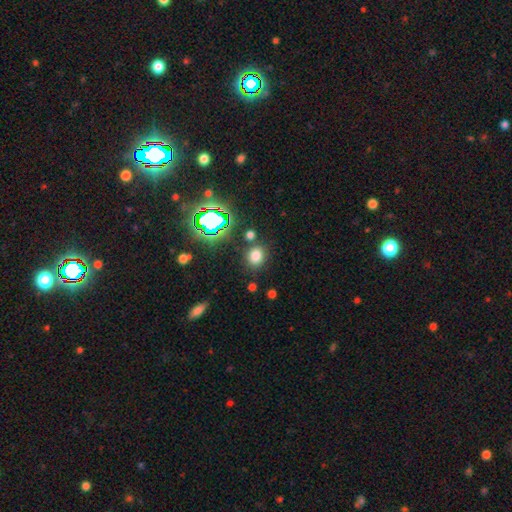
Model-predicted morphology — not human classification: Q: Smooth or featured?
A: smooth (73%); runner-up: star or artifact (20%)
Q: How rounded?
A: round (62%); runner-up: in between (37%)
Q: Merging?
A: none (79%); runner-up: minor disturbance (11%)